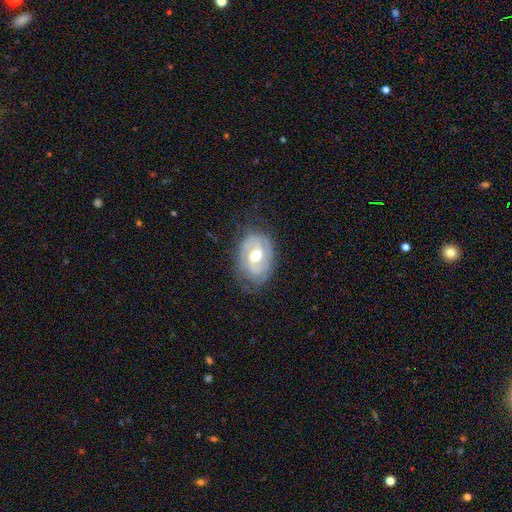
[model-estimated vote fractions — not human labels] Smooth or featured: featured or disk — 75% (smooth — 19%)
Edge-on disk: no — 96% (yes — 4%)
Bar: weak — 43% (no — 42%)
Spiral arms: yes — 82% (no — 18%)
Spiral winding: tight — 51% (medium — 36%)
Spiral arm count: 2 — 65% (can't tell — 21%)
Bulge size: moderate — 73% (large — 16%)
Merging: none — 69% (minor disturbance — 21%)